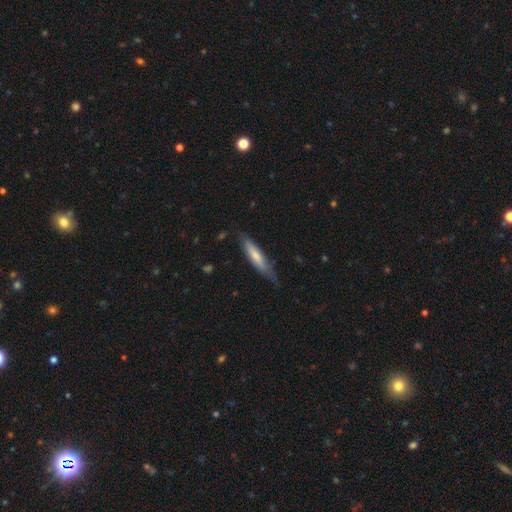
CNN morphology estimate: A smooth galaxy with no disk features (62%) that is cigar-shaped (82%).

Vote fractions:
- Smooth or featured? smooth: 62% / featured or disk: 32% / star or artifact: 5%
- How rounded? cigar-shaped: 82% / in between: 17% / round: 1%
- Merging? none: 70% / minor disturbance: 24% / major disturbance: 5% / merger: 2%